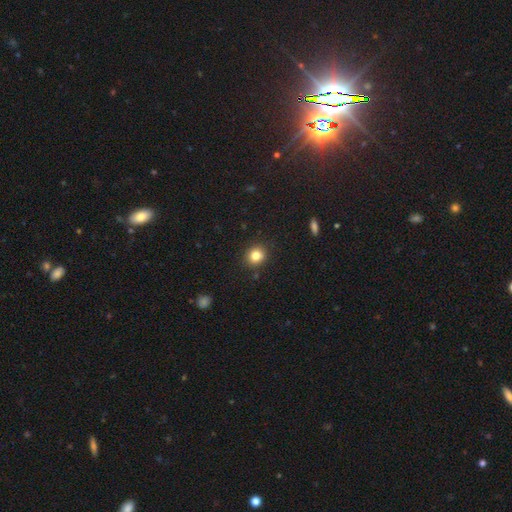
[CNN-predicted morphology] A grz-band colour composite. It shows a smooth galaxy with no disk features (81%) that is round (82%). Merging: none (89%).